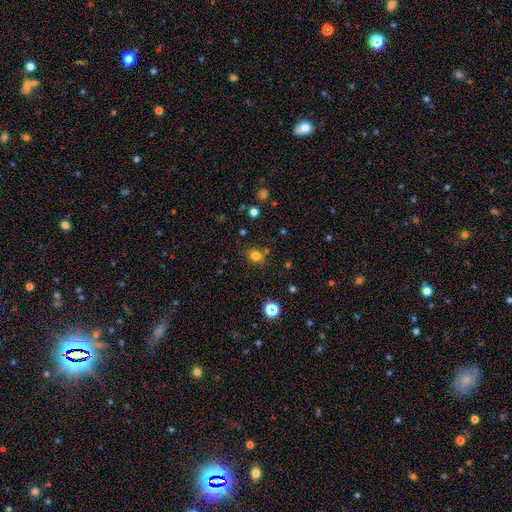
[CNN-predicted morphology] A smooth galaxy with no disk features (77%) that is round (67%).

Vote fractions:
- Smooth or featured? smooth: 77% / star or artifact: 17% / featured or disk: 7%
- How rounded? round: 67% / in between: 32% / cigar-shaped: 1%
- Merging? none: 74% / minor disturbance: 15% / merger: 6% / major disturbance: 4%